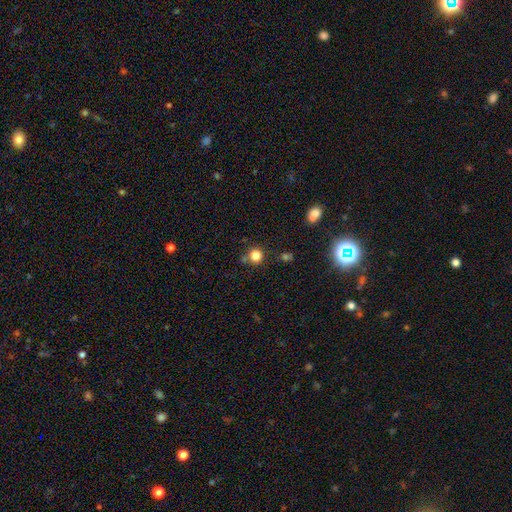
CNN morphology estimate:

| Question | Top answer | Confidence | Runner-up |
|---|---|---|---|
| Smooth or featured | smooth | 82% | star or artifact (13%) |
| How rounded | round | 92% | in between (7%) |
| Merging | none | 76% | minor disturbance (11%) |